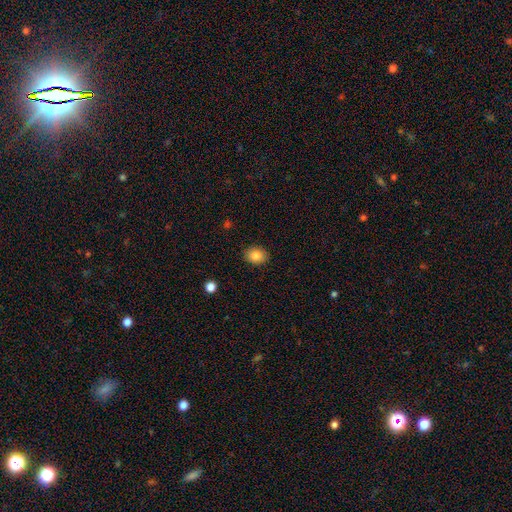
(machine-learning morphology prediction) A smooth galaxy with no disk features (85%) that is in between round and cigar-shaped (60%).

Vote fractions:
- Smooth or featured? smooth: 85% / star or artifact: 9% / featured or disk: 6%
- How rounded? in between: 60% / round: 39% / cigar-shaped: 1%
- Merging? none: 88% / minor disturbance: 9% / major disturbance: 2% / merger: 1%